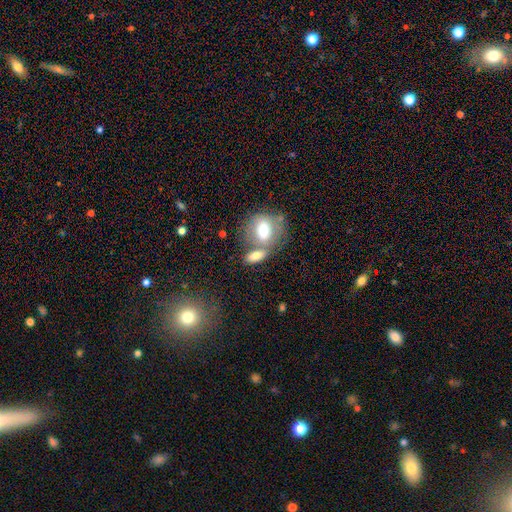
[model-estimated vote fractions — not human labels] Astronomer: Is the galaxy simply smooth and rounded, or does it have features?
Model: smooth — 70%.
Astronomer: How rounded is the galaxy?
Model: in between — 72%.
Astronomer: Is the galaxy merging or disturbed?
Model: merger — 44% (runner-up: none, 41%).